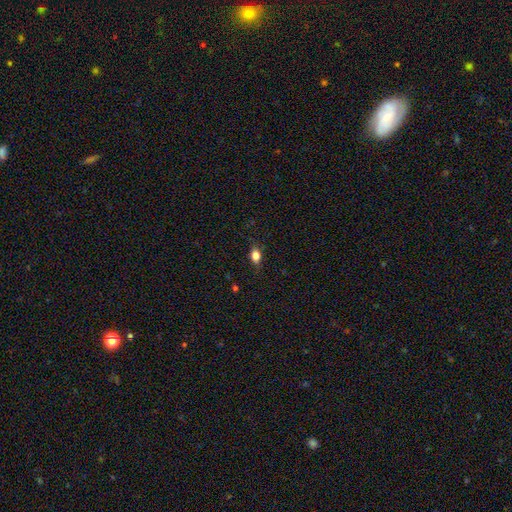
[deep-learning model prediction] Smooth or featured? smooth (80%)
How rounded? in between (72%)
Merging? none (80%)